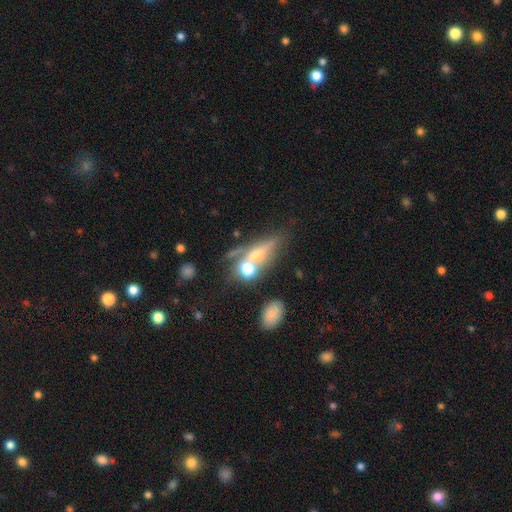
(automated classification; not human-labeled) The model was most divided on "smooth or featured": featured or disk: 43%, smooth: 41%, star or artifact: 16%. Remaining: merging — none (43%).